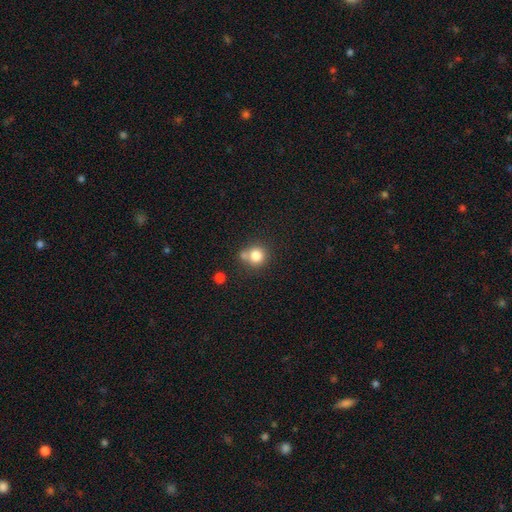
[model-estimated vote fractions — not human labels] The model was most divided on "merging": none: 58%, merger: 26%, minor disturbance: 12%, major disturbance: 4%. More confident: how rounded — round (88%); smooth or featured — smooth (81%).